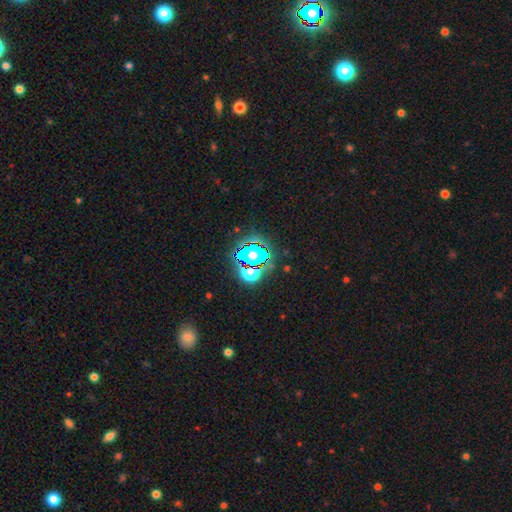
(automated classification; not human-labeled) Smooth or featured?
  - star or artifact: 59% *
  - smooth: 27%
  - featured or disk: 13%